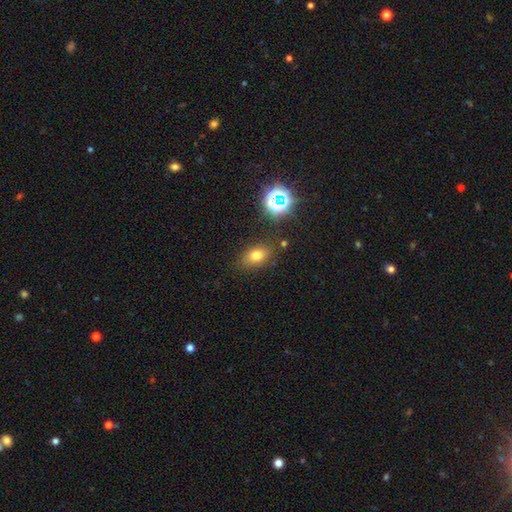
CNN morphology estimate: Overall: smooth (70%). How rounded: in between (72%). Merging: none (81%).